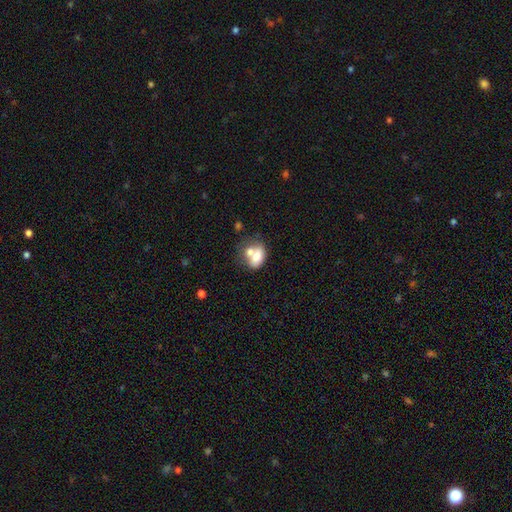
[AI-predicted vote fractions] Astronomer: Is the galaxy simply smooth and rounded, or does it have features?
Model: smooth — 69%.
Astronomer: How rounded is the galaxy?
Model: in between — 76%.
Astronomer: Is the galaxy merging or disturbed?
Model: merger — 52% (runner-up: none, 28%).